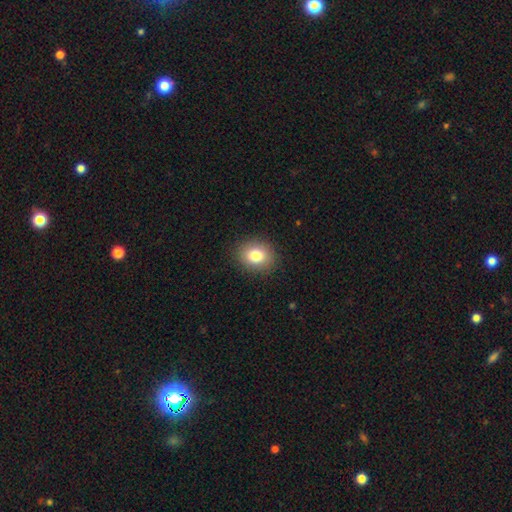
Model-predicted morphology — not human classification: smooth 81%, star or artifact 10%, featured or disk 9%. Down the decision tree: how rounded — round (59%); merging — none (89%).